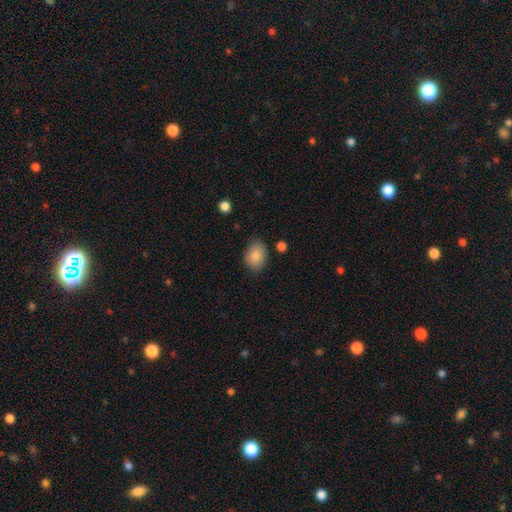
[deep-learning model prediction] smooth_or_featured: smooth (p=0.85) [alt: featured or disk p=0.07]
how_rounded: in between (p=0.73) [alt: round p=0.26]
merging: none (p=0.78) [alt: minor disturbance p=0.16]